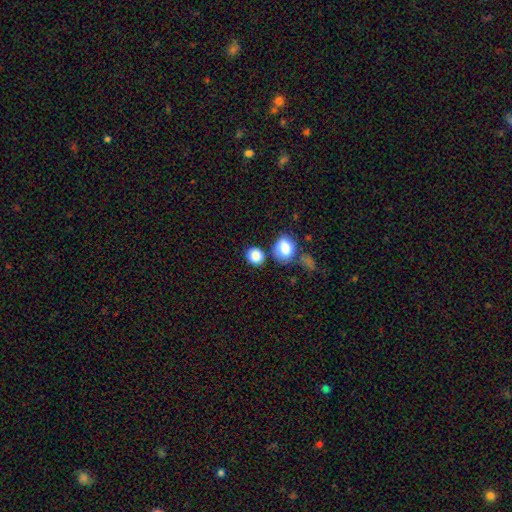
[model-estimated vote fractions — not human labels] Morphology: type=smooth (86%); roundness=round (75%); merging=none (69%).